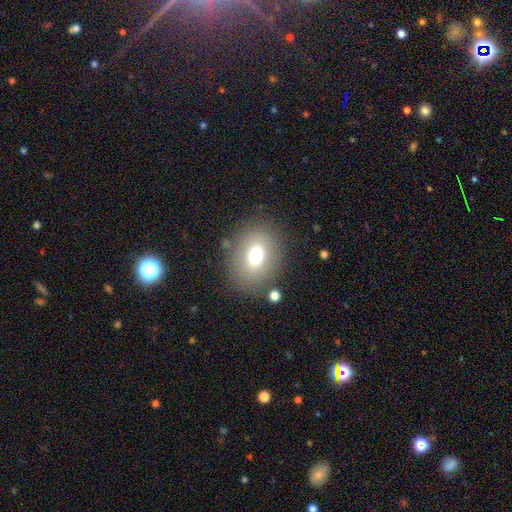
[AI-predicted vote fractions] A smooth galaxy with no disk features (70%) that is in between round and cigar-shaped (55%).

Vote fractions:
- Smooth or featured? smooth: 70% / featured or disk: 18% / star or artifact: 12%
- How rounded? in between: 55% / round: 44% / cigar-shaped: 1%
- Merging? none: 80% / minor disturbance: 11% / major disturbance: 6% / merger: 3%